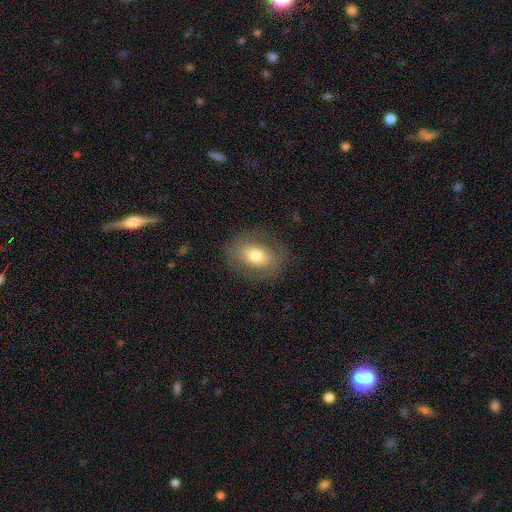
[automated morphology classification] Q: Smooth or featured?
A: smooth (60%); runner-up: featured or disk (31%)
Q: How rounded?
A: in between (63%); runner-up: round (36%)
Q: Merging?
A: none (79%); runner-up: minor disturbance (13%)